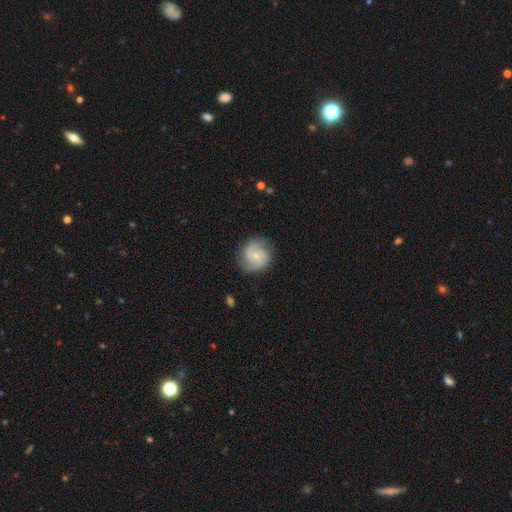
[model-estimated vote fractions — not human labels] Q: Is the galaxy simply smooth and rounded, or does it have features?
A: featured or disk — 63%.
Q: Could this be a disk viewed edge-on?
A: no — 98%.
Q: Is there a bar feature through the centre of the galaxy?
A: no — 72%.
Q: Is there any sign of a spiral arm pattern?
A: yes — 90%.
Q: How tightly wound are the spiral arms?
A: medium — 44%.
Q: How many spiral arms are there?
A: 2 — 72%.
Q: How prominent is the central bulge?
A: small — 66%.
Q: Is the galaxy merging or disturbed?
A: none — 77%.